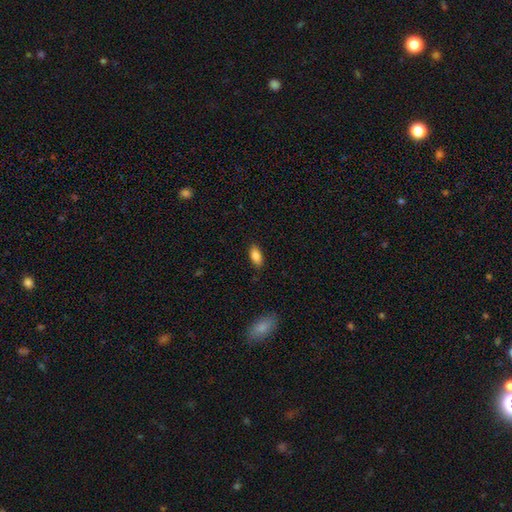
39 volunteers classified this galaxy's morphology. Volunteers were most divided on "smooth or featured": smooth: 82%, star or artifact: 10%, featured or disk: 8%. More confident: merging — none (89%); how rounded — in between (84%).